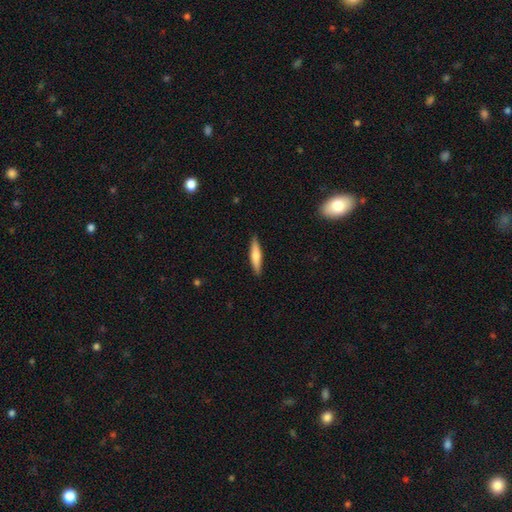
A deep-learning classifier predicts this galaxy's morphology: Smooth or featured: smooth — 68% (featured or disk — 27%)
How rounded: cigar-shaped — 83% (in between — 16%)
Merging: none — 89% (minor disturbance — 8%)